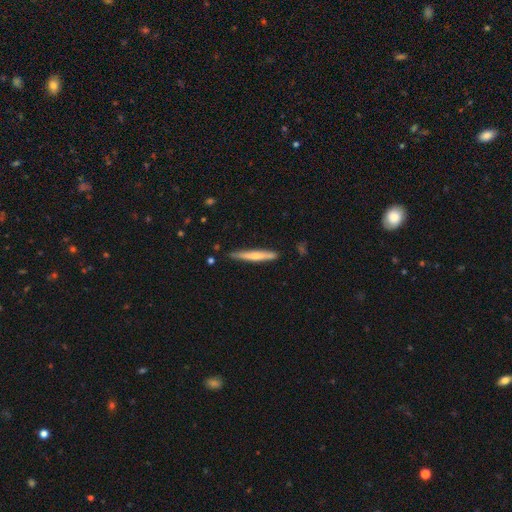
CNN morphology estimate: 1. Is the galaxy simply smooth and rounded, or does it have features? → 54% smooth, 41% featured or disk, 5% star or artifact.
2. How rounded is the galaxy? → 95% cigar-shaped, 4% in between, 1% round.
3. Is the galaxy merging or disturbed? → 83% none, 13% minor disturbance, 2% major disturbance, 2% merger.